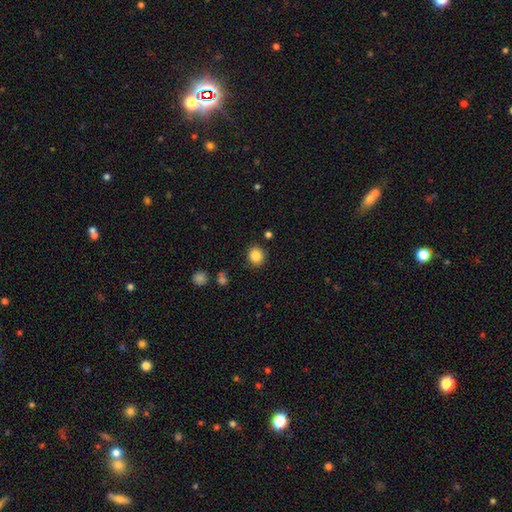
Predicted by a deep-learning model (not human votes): A smooth galaxy with no disk features (86%) that is round (86%). Merging: none (87%).